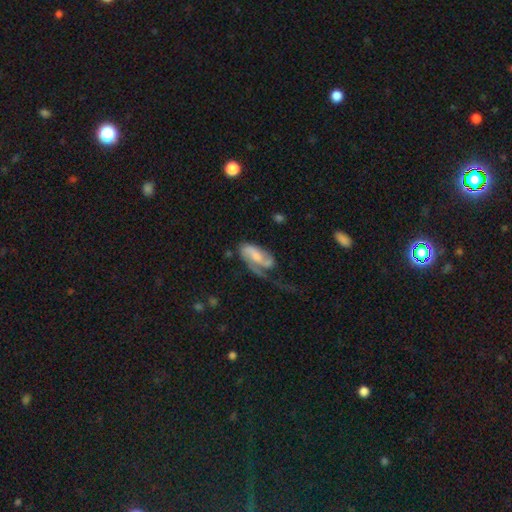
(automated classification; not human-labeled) Overall: featured or disk (63%; smooth 30%). Edge-on disk: no (94%). Bar: no (42%; weak 38%). Spiral arms: yes (87%). Spiral arm count: 1 (46%; 2 42%). Spiral winding: loose (41%; medium 37%). Bulge size: moderate (35%; small 29%). Merging: major disturbance (50%; none 25%).